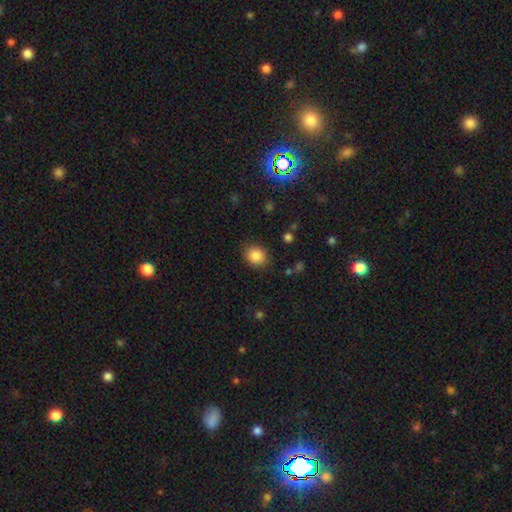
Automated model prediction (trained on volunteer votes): smooth 85%, star or artifact 10%, featured or disk 5%. Down the decision tree: how rounded — round (72%); merging — none (86%).